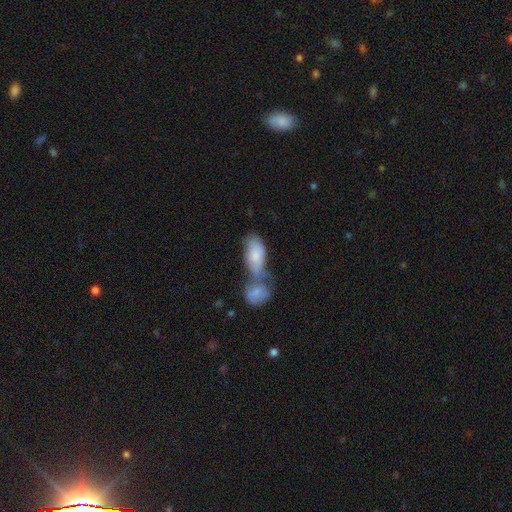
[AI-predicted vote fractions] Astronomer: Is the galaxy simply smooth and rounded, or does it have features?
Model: smooth — 75%.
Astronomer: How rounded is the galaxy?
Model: in between — 90%.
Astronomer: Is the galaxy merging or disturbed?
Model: merger — 62%.